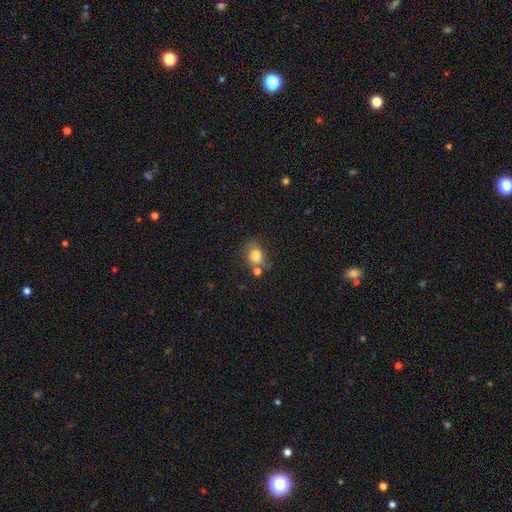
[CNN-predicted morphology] Smooth or featured? Predicted: smooth (p=0.81). How rounded? Predicted: round (p=0.52). Merging? Predicted: none (p=0.60).